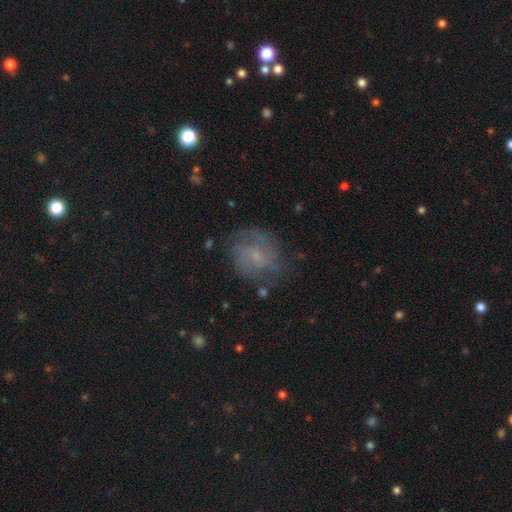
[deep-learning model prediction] The model was most divided on "smooth or featured": featured or disk: 55%, smooth: 32%, star or artifact: 12%. More confident: edge-on disk — no (97%); spiral arms — yes (80%); bulge size — small (69%); merging — none (67%); bar — no (59%).